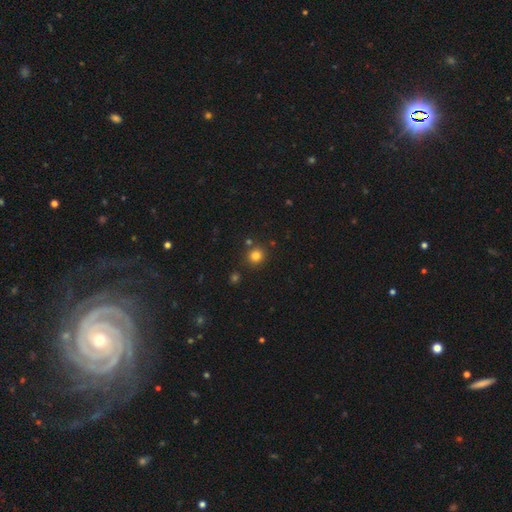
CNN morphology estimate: A smooth galaxy with no disk features (81%) that is round (91%). Merging: none (84%).